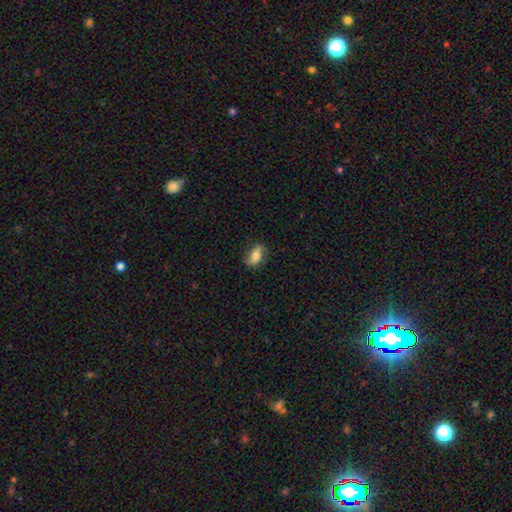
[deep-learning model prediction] Smooth or featured?
  - smooth: 72% *
  - featured or disk: 20%
  - star or artifact: 8%
How rounded?
  - in between: 87% *
  - round: 7%
  - cigar-shaped: 6%
Merging?
  - none: 80% *
  - minor disturbance: 16%
  - major disturbance: 3%
  - merger: 1%